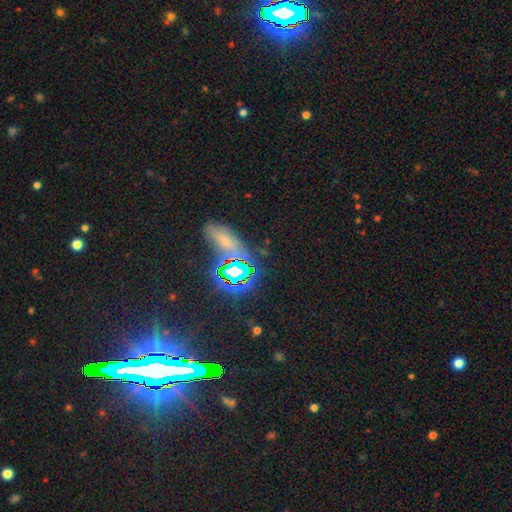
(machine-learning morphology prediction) star or artifact 58%, featured or disk 22%, smooth 20%.